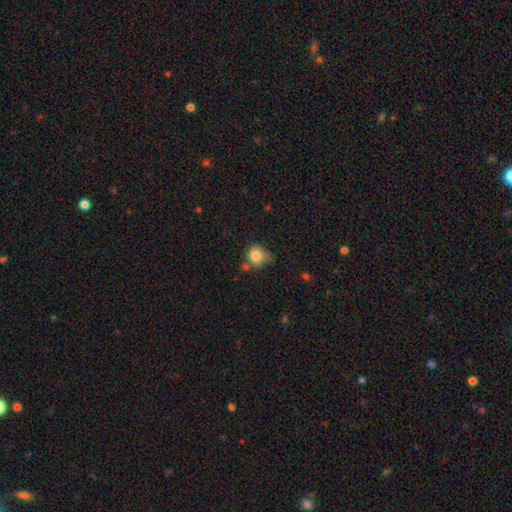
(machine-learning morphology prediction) A smooth galaxy with no disk features (81%) that is round (83%). Merging: none (54%).